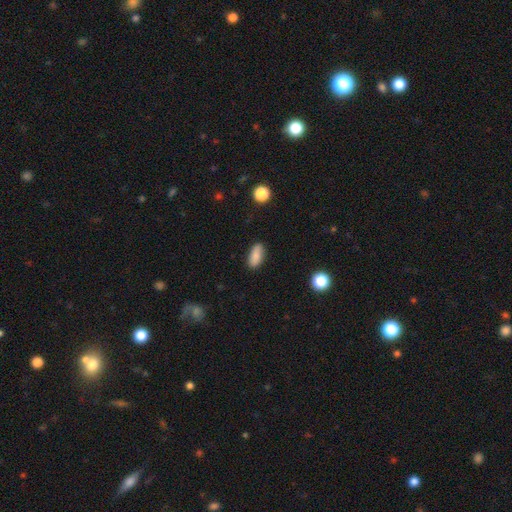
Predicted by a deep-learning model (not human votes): Morphology: type=smooth (85%); roundness=in between (86%); merging=none (84%).